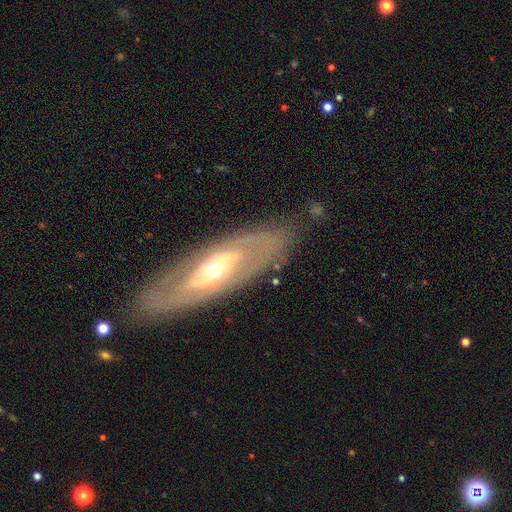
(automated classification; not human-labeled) Smooth or featured: featured or disk — 74% (smooth — 20%)
Edge-on disk: no — 79% (yes — 21%)
Bar: no — 61% (weak — 25%)
Spiral arms: no — 53% (yes — 47%)
Bulge size: moderate — 65% (small — 25%)
Merging: none — 81% (minor disturbance — 12%)